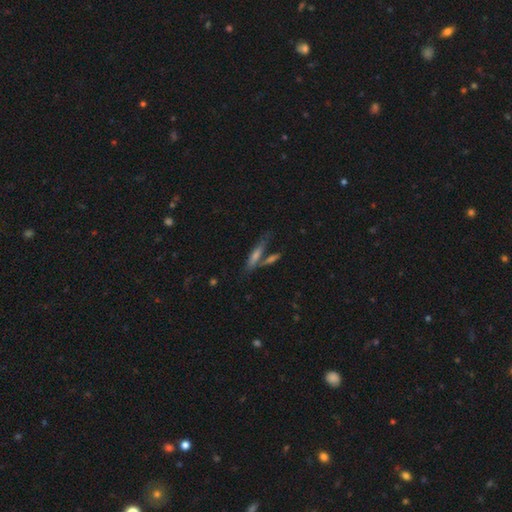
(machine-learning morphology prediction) The model was most divided on "merging": none: 54%, merger: 27%, minor disturbance: 14%, major disturbance: 6%. More confident: how rounded — cigar-shaped (77%); smooth or featured — smooth (63%).